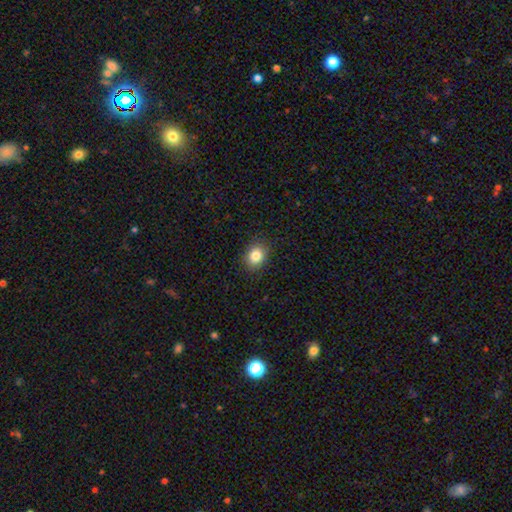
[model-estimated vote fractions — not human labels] Smooth or featured?
  - smooth: 84% *
  - star or artifact: 10%
  - featured or disk: 6%
How rounded?
  - round: 50% *
  - in between: 49%
  - cigar-shaped: 1%
Merging?
  - none: 89% *
  - minor disturbance: 8%
  - major disturbance: 2%
  - merger: 1%